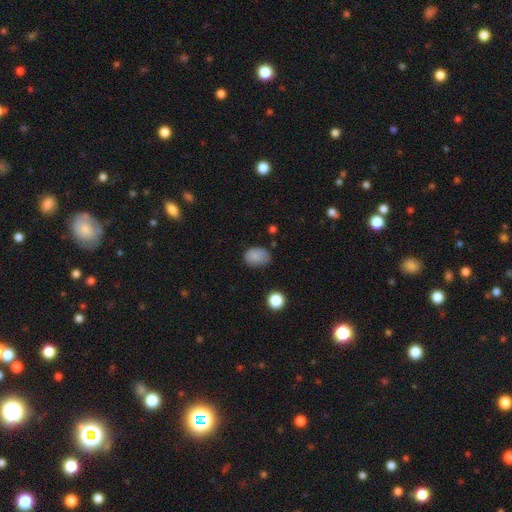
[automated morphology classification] smooth-or-featured: smooth: 83% | star or artifact: 10% | featured or disk: 7%
  how-rounded: in between: 72% | round: 27% | cigar-shaped: 1%
  merging: none: 67% | minor disturbance: 26% | major disturbance: 6% | merger: 2%